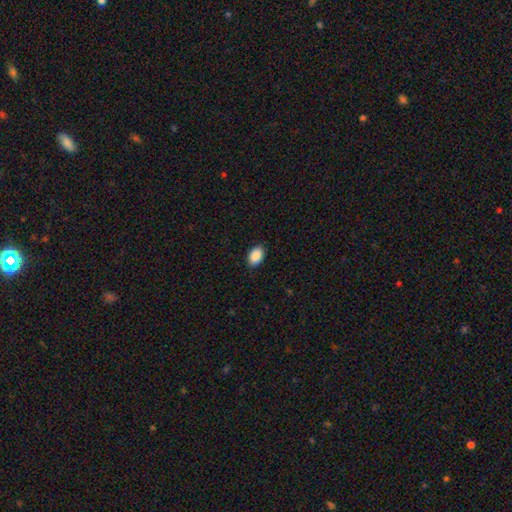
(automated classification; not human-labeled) This appears to be a smooth galaxy with no disk features (90%) that is in between round and cigar-shaped (88%). Merging: none (89%).